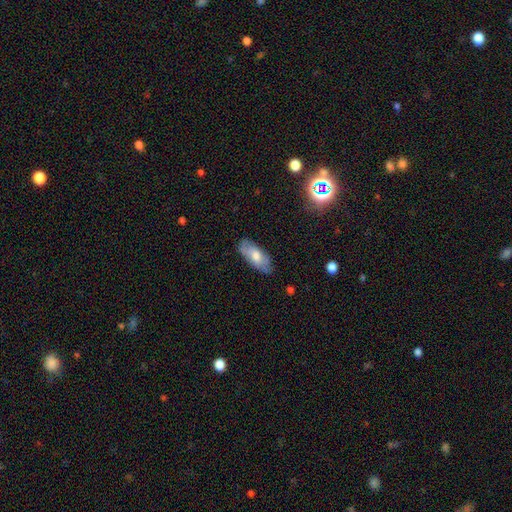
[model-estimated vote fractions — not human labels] smooth-or-featured: smooth: 60% | featured or disk: 32% | star or artifact: 7%
  how-rounded: in between: 83% | cigar-shaped: 14% | round: 2%
  merging: none: 79% | minor disturbance: 16% | major disturbance: 3% | merger: 1%